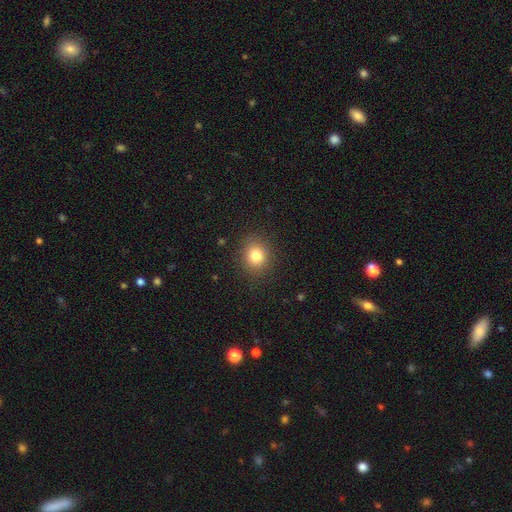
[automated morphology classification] A smooth galaxy with no disk features (81%) that is round (75%).

Vote fractions:
- Smooth or featured? smooth: 81% / star or artifact: 12% / featured or disk: 7%
- How rounded? round: 75% / in between: 24% / cigar-shaped: 1%
- Merging? none: 88% / minor disturbance: 8% / major disturbance: 3% / merger: 1%